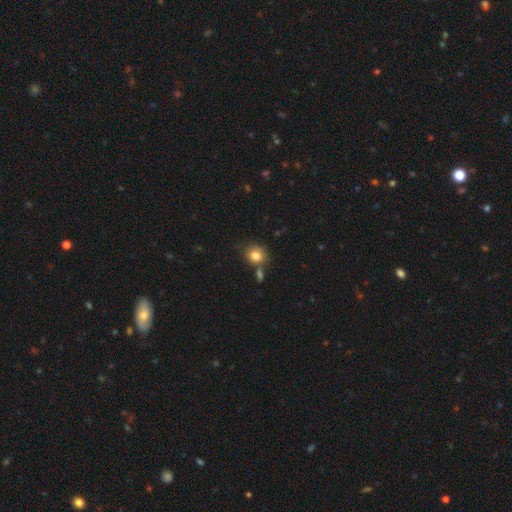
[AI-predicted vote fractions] A smooth galaxy with no disk features (81%) that is round (75%).

Vote fractions:
- Smooth or featured? smooth: 81% / star or artifact: 10% / featured or disk: 8%
- How rounded? round: 75% / in between: 24% / cigar-shaped: 1%
- Merging? none: 63% / merger: 16% / minor disturbance: 16% / major disturbance: 5%